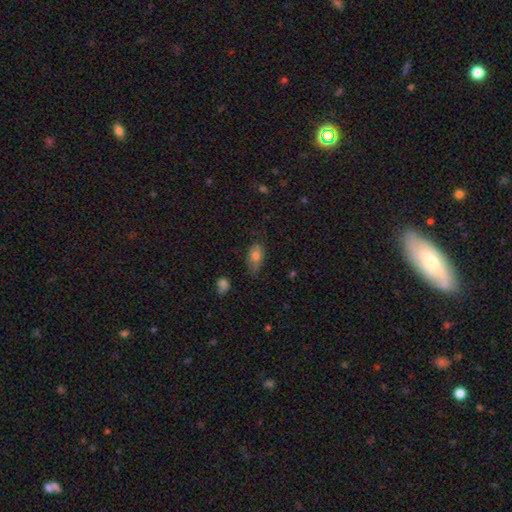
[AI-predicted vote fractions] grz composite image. It shows a smooth galaxy with no disk features (78%) that is in between round and cigar-shaped (87%). Merging: none (59%).